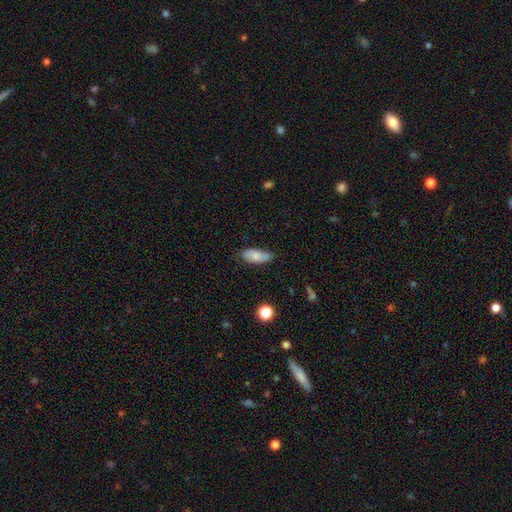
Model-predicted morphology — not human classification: This is likely a smooth galaxy (70%). How rounded: clearly in between (85%). Merging: likely none (71%).